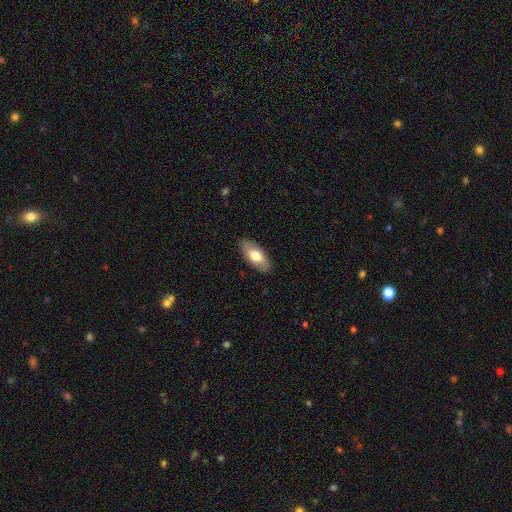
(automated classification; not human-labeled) Smooth or featured: smooth — 70% (featured or disk — 24%)
How rounded: in between — 87% (cigar-shaped — 10%)
Merging: none — 87% (minor disturbance — 10%)